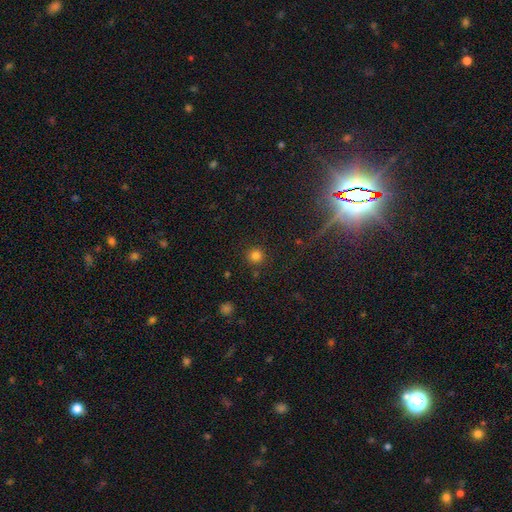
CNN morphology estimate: The model was most divided on "smooth or featured": smooth: 81%, star or artifact: 15%, featured or disk: 4%. More confident: how rounded — round (94%); merging — none (88%).